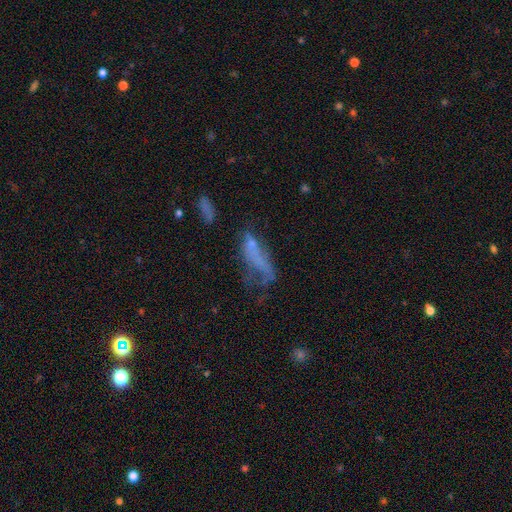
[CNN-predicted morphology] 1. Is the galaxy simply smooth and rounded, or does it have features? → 41% smooth, 39% featured or disk, 20% star or artifact.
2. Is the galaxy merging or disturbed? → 42% major disturbance, 26% none, 19% minor disturbance, 13% merger.